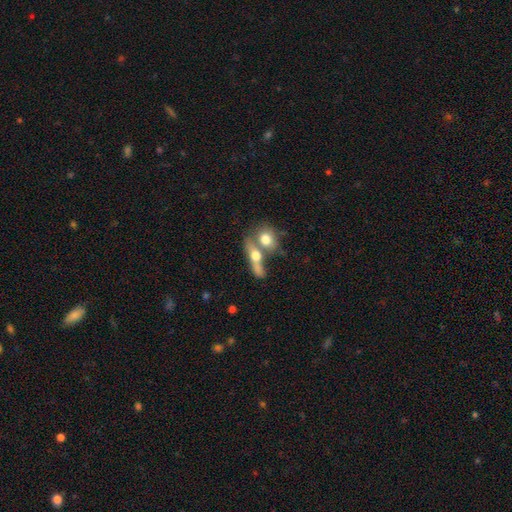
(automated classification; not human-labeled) This is possibly a smooth galaxy (58%). How rounded: possibly in between (49%). Merging: possibly merger (54%).